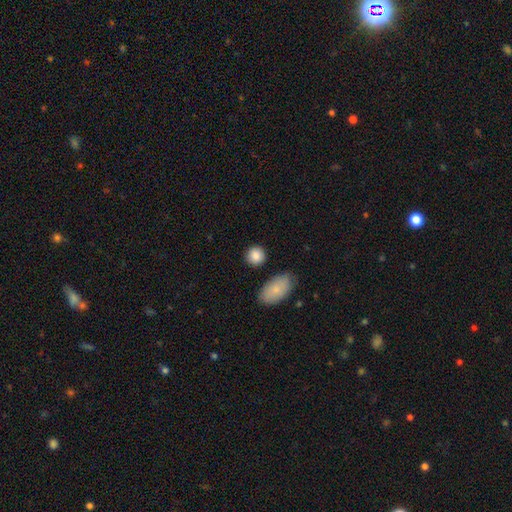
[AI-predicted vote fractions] Smooth or featured: smooth — 87% (star or artifact — 8%)
How rounded: round — 85% (in between — 14%)
Merging: none — 84% (minor disturbance — 9%)